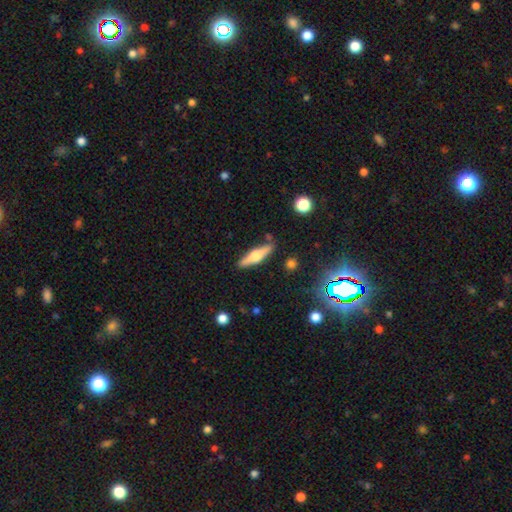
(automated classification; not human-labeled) A featured or disk galaxy (57%) viewed edge-on (95%) with a rounded central bulge (91%).

Vote fractions:
- Smooth or featured? featured or disk: 57% / smooth: 36% / star or artifact: 7%
- Edge-on disk? yes: 95% / no: 5%
- Edge-on bulge? rounded: 91% / boxy: 6% / none: 3%
- Merging? none: 85% / minor disturbance: 10% / merger: 3% / major disturbance: 2%